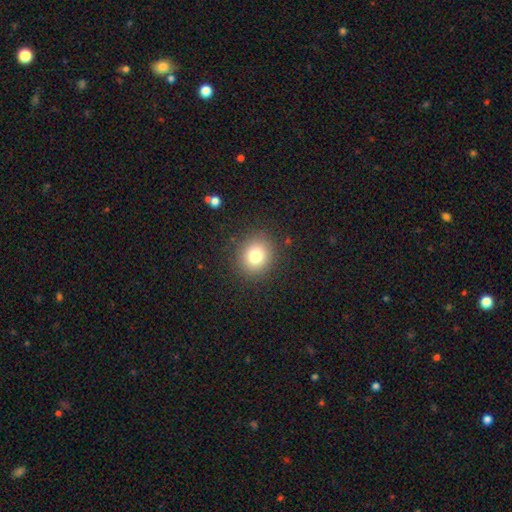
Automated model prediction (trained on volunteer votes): The model was most divided on "smooth or featured": smooth: 78%, star or artifact: 13%, featured or disk: 9%. More confident: merging — none (88%); how rounded — round (84%).